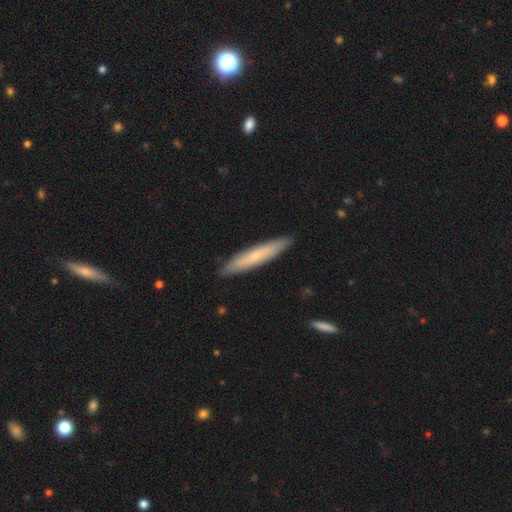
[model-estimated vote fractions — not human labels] Q: Smooth or featured?
A: smooth (64%); runner-up: featured or disk (31%)
Q: How rounded?
A: cigar-shaped (92%); runner-up: in between (7%)
Q: Merging?
A: none (90%); runner-up: minor disturbance (7%)